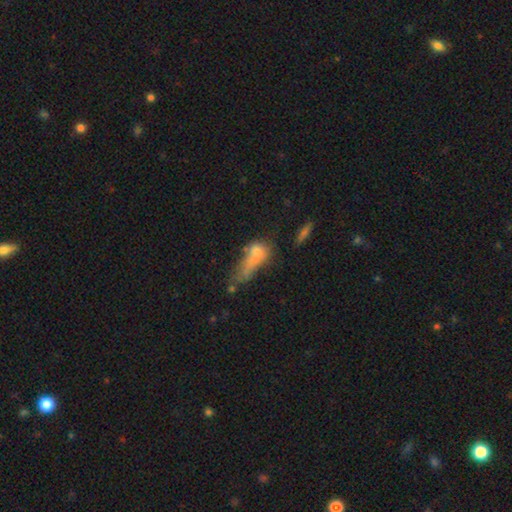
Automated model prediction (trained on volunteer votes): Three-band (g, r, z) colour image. It shows a smooth galaxy with no disk features (58%) that is in between round and cigar-shaped (61%). Merging: major disturbance (34%).